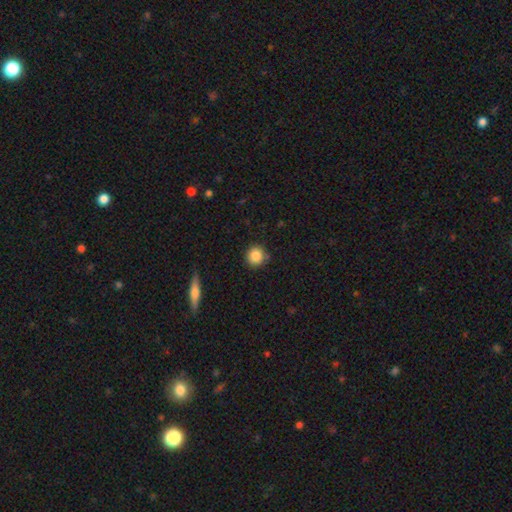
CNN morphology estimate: Smooth or featured: smooth — 86% (star or artifact — 9%)
How rounded: round — 93% (in between — 6%)
Merging: none — 87% (minor disturbance — 8%)